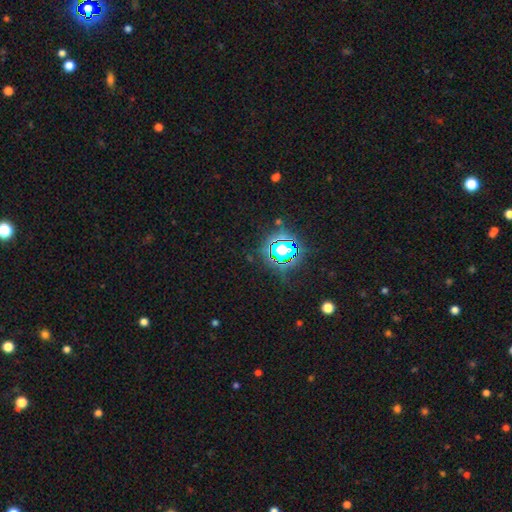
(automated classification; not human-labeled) Morphology: type=star or artifact (81%).